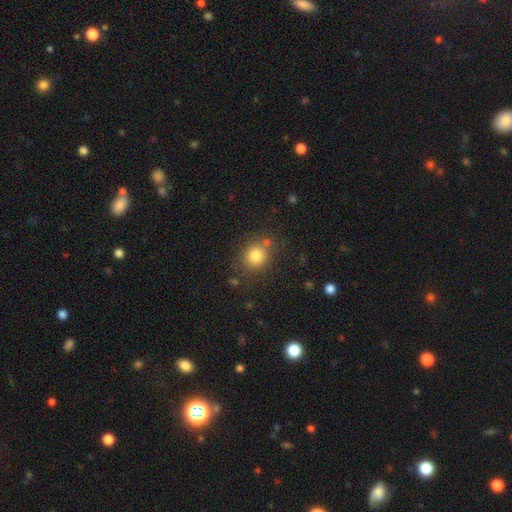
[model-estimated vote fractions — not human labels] Overall: smooth (82%). How rounded: round (80%). Merging: none (75%).